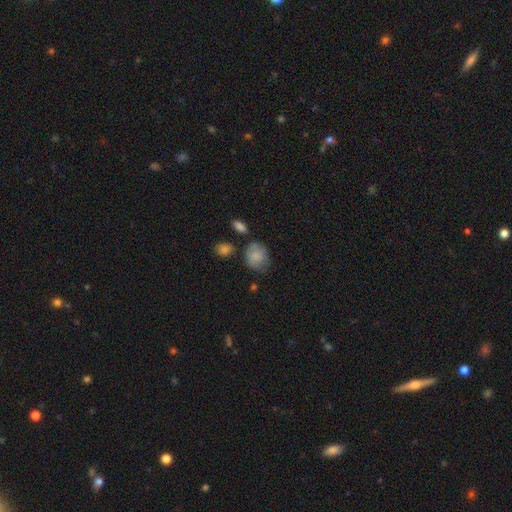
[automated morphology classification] The model was most divided on "how rounded": round: 58%, in between: 41%, cigar-shaped: 1%. More confident: smooth or featured — smooth (82%); merging — none (58%).